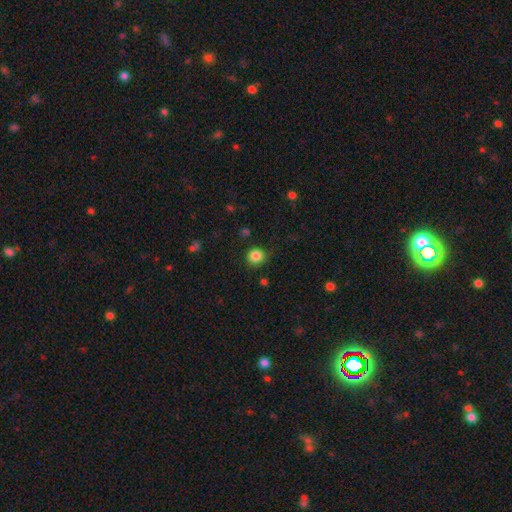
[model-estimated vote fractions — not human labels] Smooth or featured? smooth (85%)
How rounded? round (86%)
Merging? none (86%)